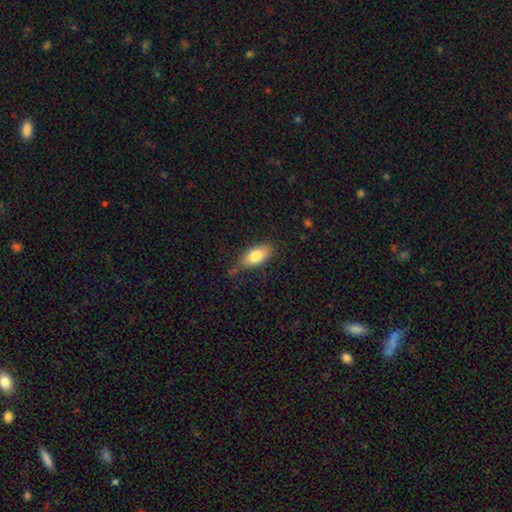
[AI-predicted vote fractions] smooth 78%, featured or disk 15%, star or artifact 7%. Down the decision tree: how rounded — in between (88%); merging — none (58%).